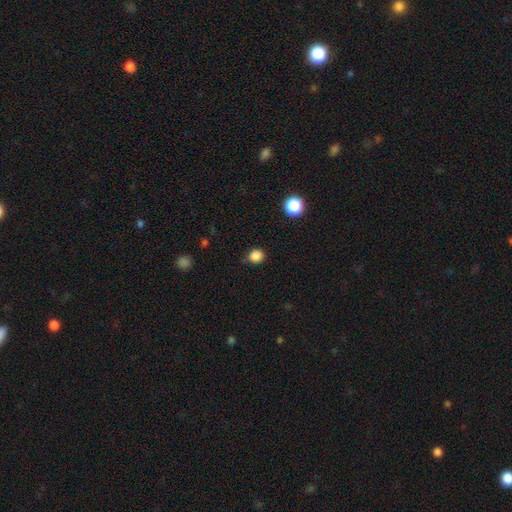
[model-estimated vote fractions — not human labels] Overall: smooth (84%). How rounded: round (85%). Merging: none (80%).